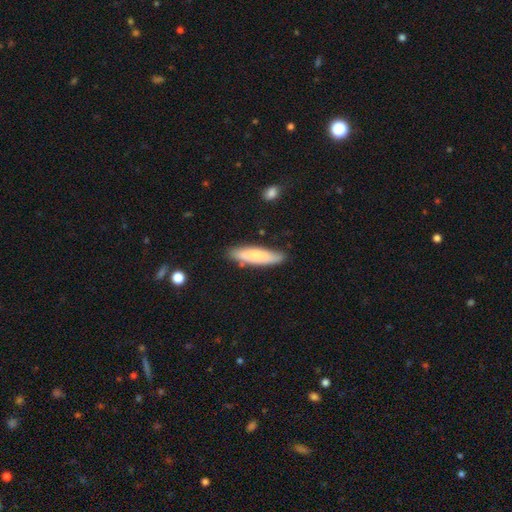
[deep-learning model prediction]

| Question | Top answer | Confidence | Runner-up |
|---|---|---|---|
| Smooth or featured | smooth | 77% | featured or disk (17%) |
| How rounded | cigar-shaped | 73% | in between (25%) |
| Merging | none | 82% | minor disturbance (13%) |